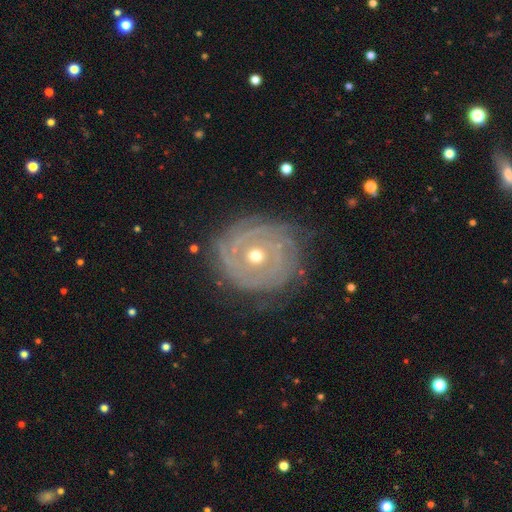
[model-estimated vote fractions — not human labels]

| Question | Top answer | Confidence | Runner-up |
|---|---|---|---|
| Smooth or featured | featured or disk | 84% | smooth (10%) |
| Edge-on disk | no | 97% | yes (3%) |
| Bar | no | 84% | weak (12%) |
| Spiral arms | yes | 89% | no (11%) |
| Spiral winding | tight | 83% | medium (13%) |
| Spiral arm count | can't tell | 37% | 3 (20%) |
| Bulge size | moderate | 61% | small (35%) |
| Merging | none | 74% | minor disturbance (17%) |